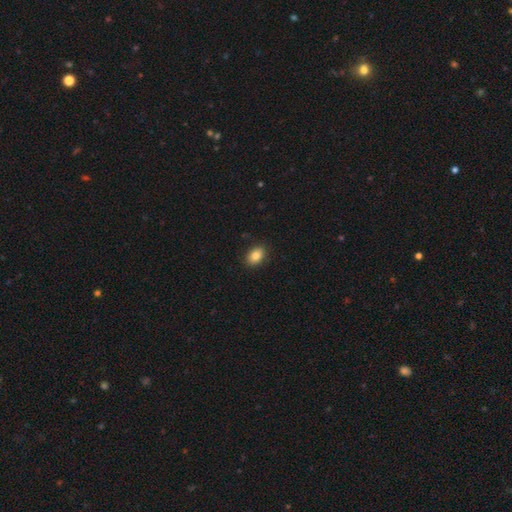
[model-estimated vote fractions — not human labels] Smooth or featured?
  - smooth: 85% *
  - star or artifact: 8%
  - featured or disk: 7%
How rounded?
  - in between: 83% *
  - round: 16%
  - cigar-shaped: 1%
Merging?
  - none: 88% *
  - minor disturbance: 9%
  - major disturbance: 2%
  - merger: 1%